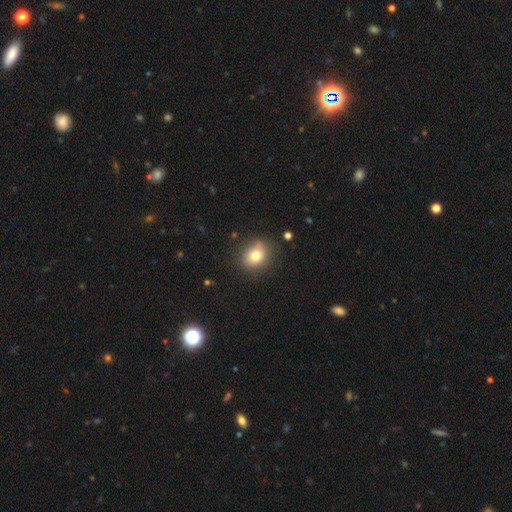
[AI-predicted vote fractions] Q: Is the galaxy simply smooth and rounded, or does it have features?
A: smooth — 78%.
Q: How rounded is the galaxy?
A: round — 53%.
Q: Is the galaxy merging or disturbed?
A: none — 78%.